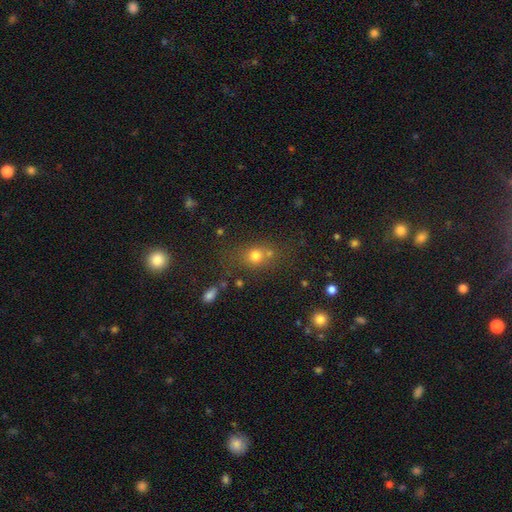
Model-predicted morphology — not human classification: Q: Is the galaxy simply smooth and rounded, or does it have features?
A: smooth — 69%.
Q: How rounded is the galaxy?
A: round — 65%.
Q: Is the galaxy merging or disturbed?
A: none — 61%.